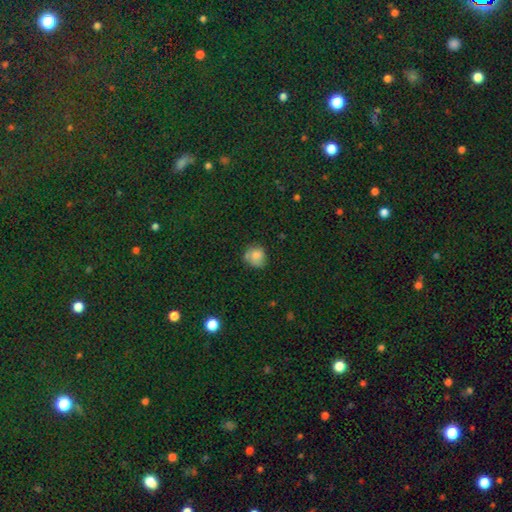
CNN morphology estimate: Smooth or featured? smooth (77%)
How rounded? round (80%)
Merging? none (61%)